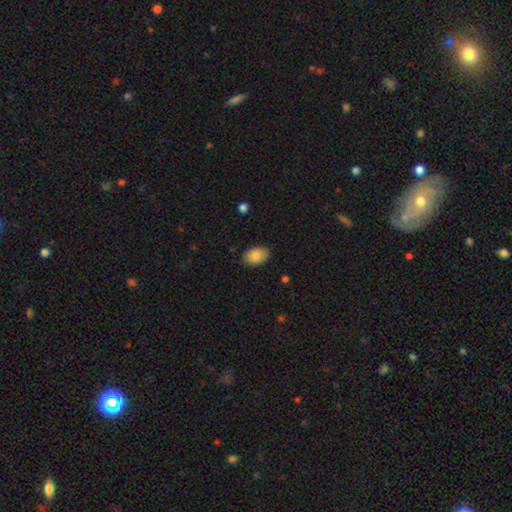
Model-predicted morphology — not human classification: A smooth galaxy with no disk features (87%) that is in between round and cigar-shaped (86%). Merging: none (86%).